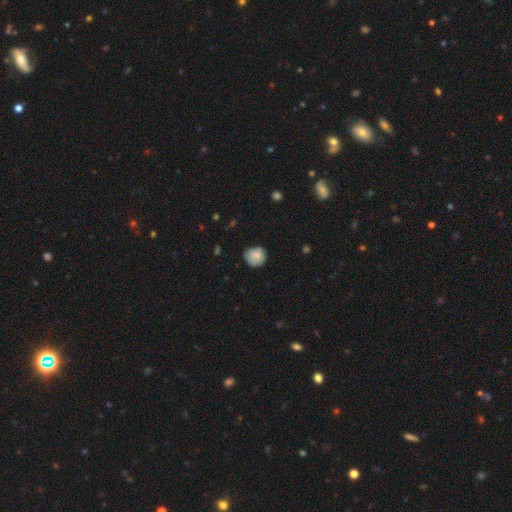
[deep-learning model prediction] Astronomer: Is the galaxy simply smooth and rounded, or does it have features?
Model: smooth — 80%.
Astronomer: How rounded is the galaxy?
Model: round — 83%.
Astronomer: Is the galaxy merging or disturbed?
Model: none — 64%.